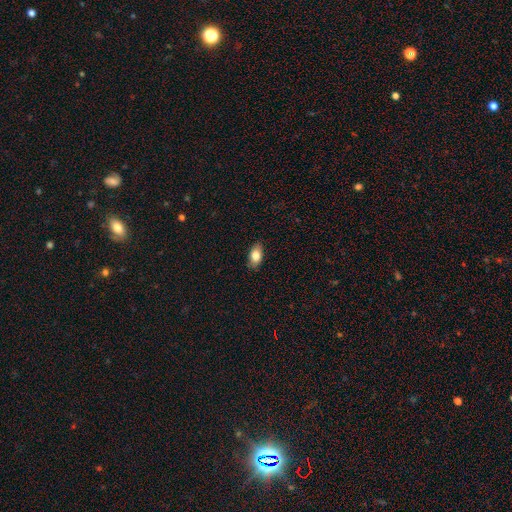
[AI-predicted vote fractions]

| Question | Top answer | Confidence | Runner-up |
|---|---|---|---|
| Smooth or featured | smooth | 80% | featured or disk (12%) |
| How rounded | in between | 89% | round (7%) |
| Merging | none | 85% | minor disturbance (12%) |